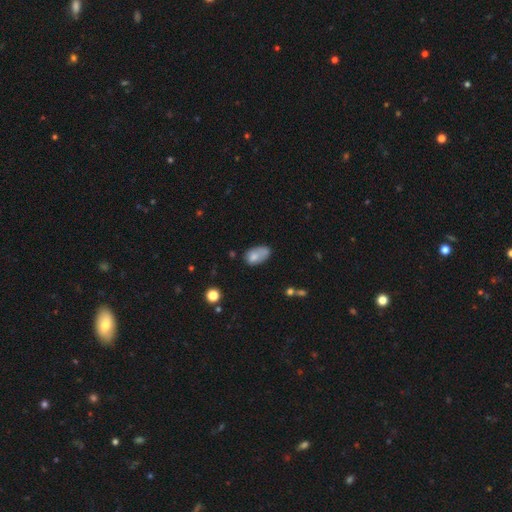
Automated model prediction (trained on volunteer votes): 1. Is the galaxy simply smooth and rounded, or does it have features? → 74% smooth, 16% featured or disk, 10% star or artifact.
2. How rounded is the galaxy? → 89% in between, 8% round, 2% cigar-shaped.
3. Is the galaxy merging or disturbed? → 38% none, 31% minor disturbance, 16% major disturbance, 15% merger.